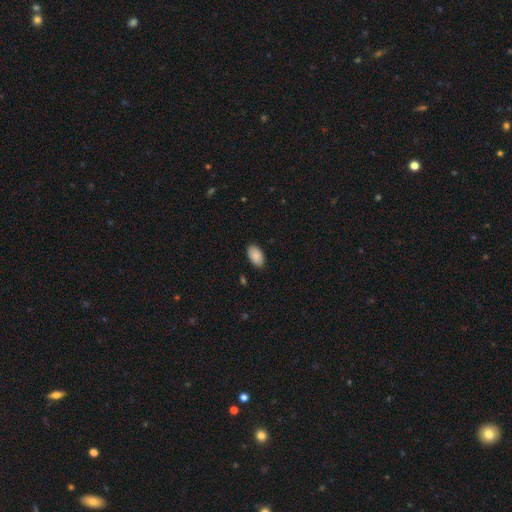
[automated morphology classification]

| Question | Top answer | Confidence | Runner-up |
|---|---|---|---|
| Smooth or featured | smooth | 89% | star or artifact (7%) |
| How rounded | in between | 95% | round (4%) |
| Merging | none | 87% | minor disturbance (10%) |